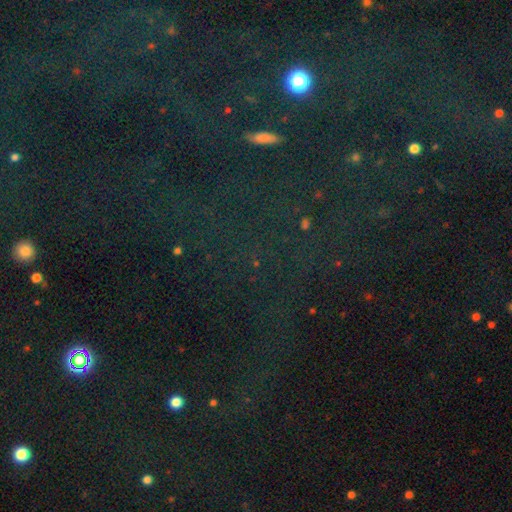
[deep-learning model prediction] Smooth or featured? star or artifact (77%)